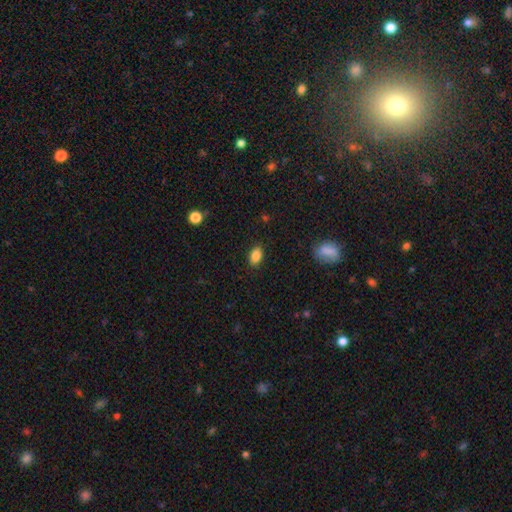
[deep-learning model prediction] Smooth or featured? Predicted: smooth (p=0.86). How rounded? Predicted: in between (p=0.88). Merging? Predicted: none (p=0.88).